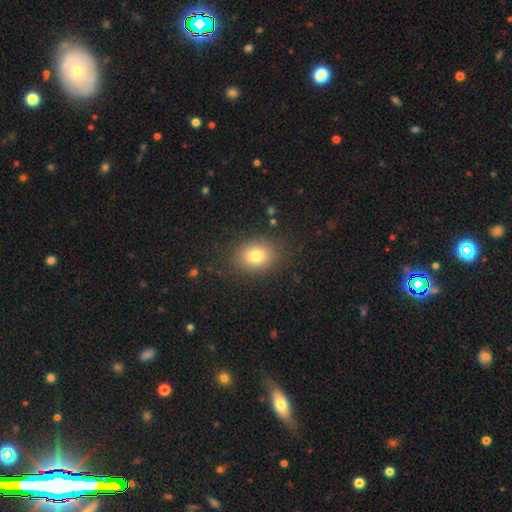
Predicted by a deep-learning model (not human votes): Smooth or featured? Predicted: smooth (p=0.80). How rounded? Predicted: round (p=0.50, tied with in between). Merging? Predicted: none (p=0.86).